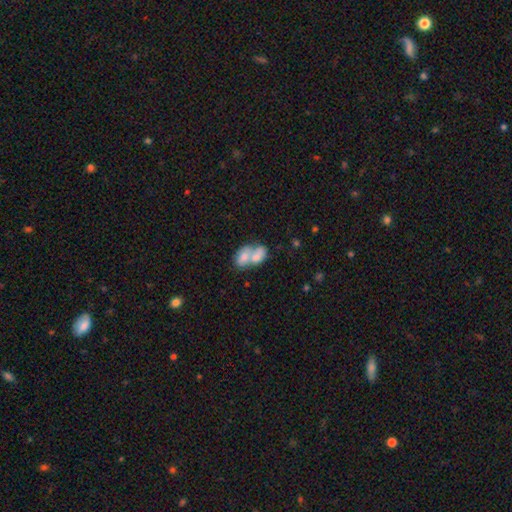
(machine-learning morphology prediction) smooth-or-featured: smooth: 67% | featured or disk: 26% | star or artifact: 8%
  how-rounded: in between: 81% | round: 17% | cigar-shaped: 2%
  merging: merger: 78% | none: 12% | minor disturbance: 5% | major disturbance: 4%